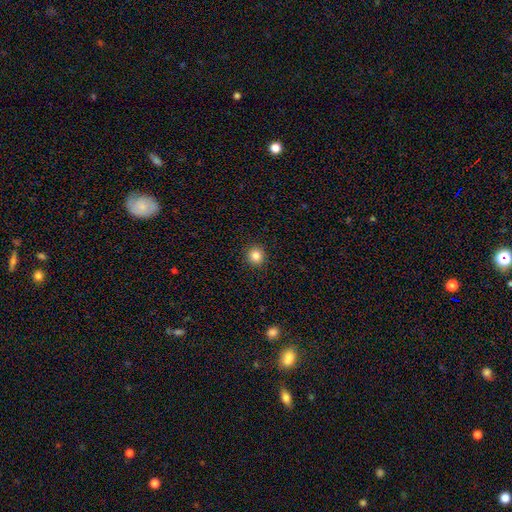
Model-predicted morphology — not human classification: Q: Smooth or featured?
A: smooth (84%); runner-up: star or artifact (11%)
Q: How rounded?
A: round (94%); runner-up: in between (5%)
Q: Merging?
A: none (93%); runner-up: minor disturbance (4%)